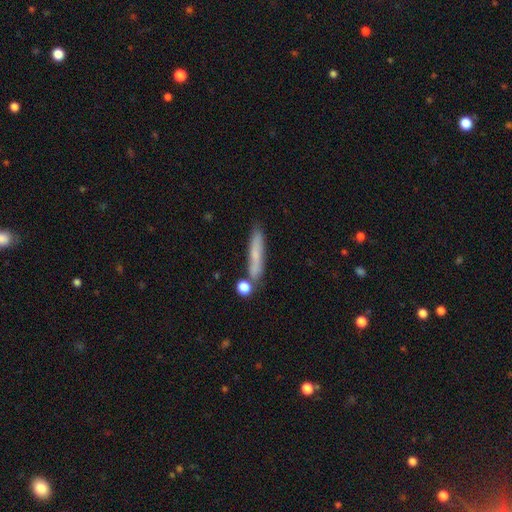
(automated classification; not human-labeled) Smooth or featured: smooth — 65% (featured or disk — 27%)
How rounded: cigar-shaped — 90% (in between — 7%)
Merging: none — 76% (minor disturbance — 14%)